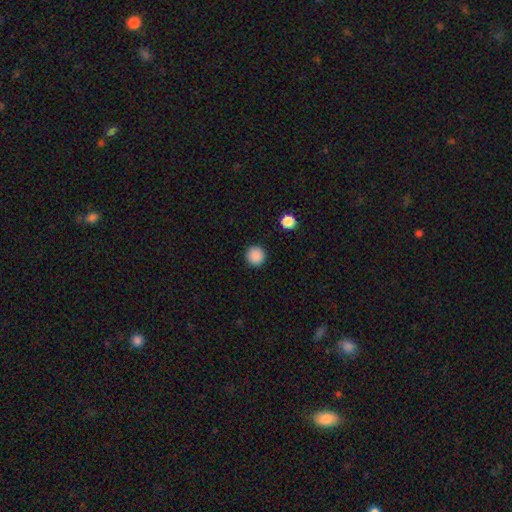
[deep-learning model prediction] A smooth galaxy with no disk features (88%) that is round (96%). Merging: none (92%).